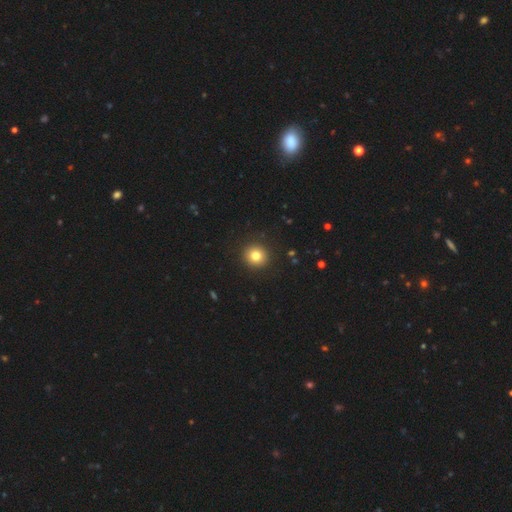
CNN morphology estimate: Smooth or featured? Predicted: smooth (p=0.80). How rounded? Predicted: round (p=0.93). Merging? Predicted: none (p=0.92).